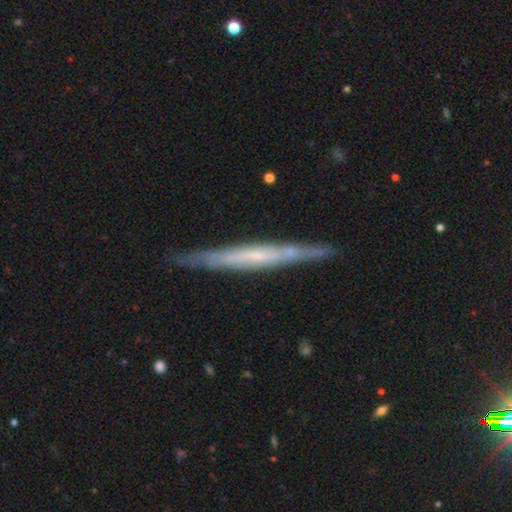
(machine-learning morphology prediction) Q: Smooth or featured?
A: featured or disk (67%); runner-up: smooth (27%)
Q: Edge-on disk?
A: yes (93%); runner-up: no (7%)
Q: Edge-on bulge?
A: none (70%); runner-up: rounded (18%)
Q: Merging?
A: none (85%); runner-up: minor disturbance (11%)